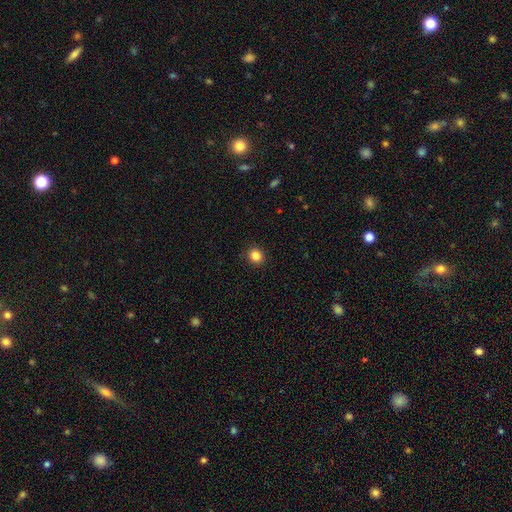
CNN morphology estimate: This appears to be a smooth galaxy with no disk features (86%) that is round (85%). Merging: none (92%).